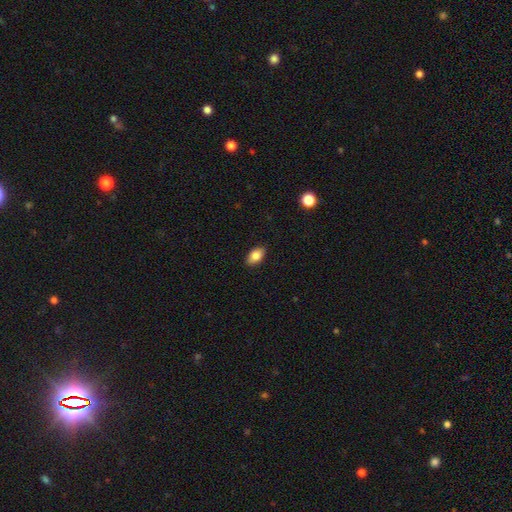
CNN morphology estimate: A smooth galaxy with no disk features (85%) that is in between round and cigar-shaped (91%). Merging: none (89%).